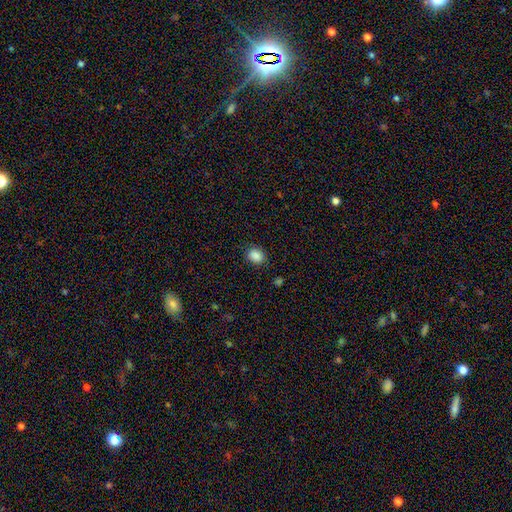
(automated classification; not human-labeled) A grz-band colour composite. It shows a smooth galaxy with no disk features (88%) that is in between round and cigar-shaped (52%). Merging: none (86%).